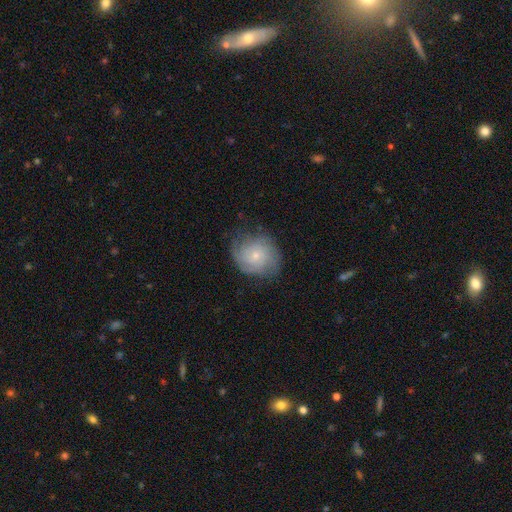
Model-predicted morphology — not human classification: Smooth or featured?
  - featured or disk: 61% *
  - smooth: 31%
  - star or artifact: 8%
Edge-on disk?
  - no: 97% *
  - yes: 3%
Bar?
  - no: 77% *
  - weak: 20%
  - strong: 2%
Spiral arms?
  - yes: 89% *
  - no: 11%
Spiral winding?
  - tight: 57% *
  - medium: 31%
  - loose: 11%
Spiral arm count?
  - can't tell: 43% *
  - 3: 18%
  - 2: 15%
  - 4: 13%
  - more than 4: 6%
  - 1: 6%
Bulge size?
  - small: 71% *
  - moderate: 24%
  - none: 2%
  - large: 1%
  - dominant: 1%
Merging?
  - none: 67% *
  - minor disturbance: 23%
  - major disturbance: 9%
  - merger: 1%